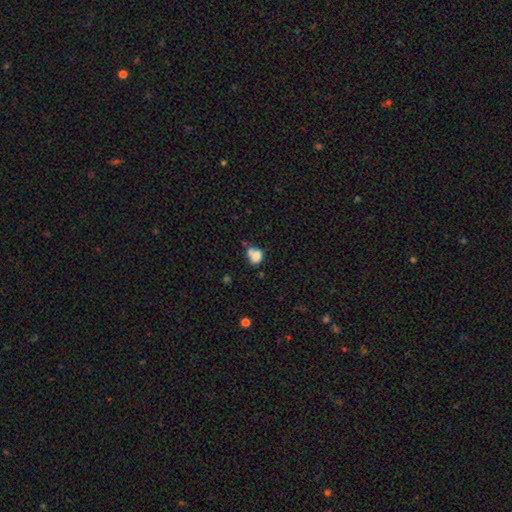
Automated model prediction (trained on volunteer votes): Q: Smooth or featured?
A: smooth (75%); runner-up: featured or disk (14%)
Q: How rounded?
A: in between (58%); runner-up: round (41%)
Q: Merging?
A: merger (43%); runner-up: none (31%)